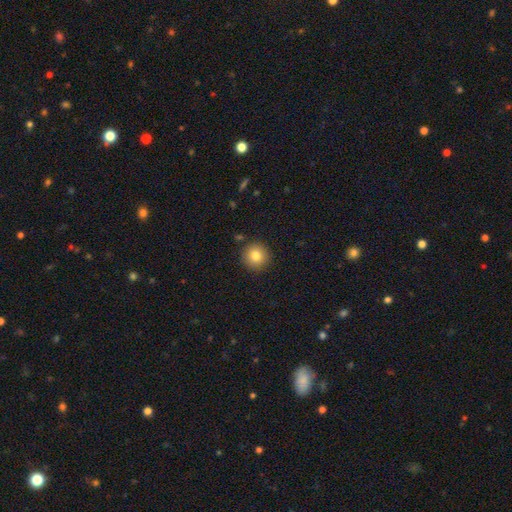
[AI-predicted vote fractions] The model was most divided on "smooth or featured": smooth: 81%, star or artifact: 10%, featured or disk: 9%. More confident: how rounded — round (94%); merging — none (90%).